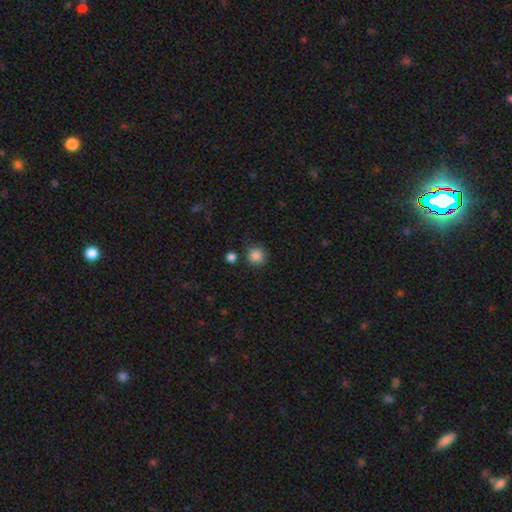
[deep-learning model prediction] smooth_or_featured: smooth (p=0.86) [alt: star or artifact p=0.10]
how_rounded: round (p=0.93) [alt: in between p=0.06]
merging: none (p=0.83) [alt: minor disturbance p=0.10]